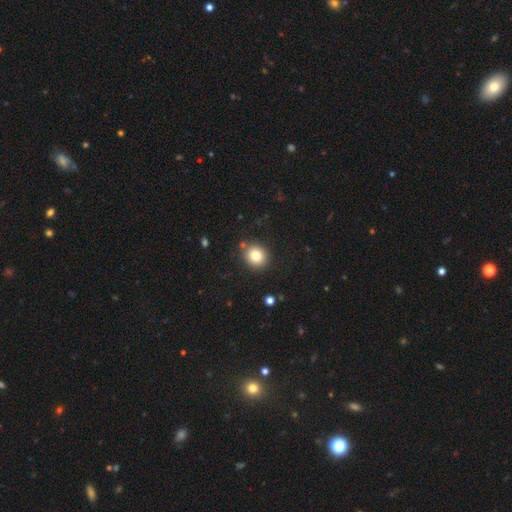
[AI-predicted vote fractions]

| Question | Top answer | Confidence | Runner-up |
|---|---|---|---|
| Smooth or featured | smooth | 80% | star or artifact (12%) |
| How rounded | round | 85% | in between (14%) |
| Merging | none | 86% | minor disturbance (8%) |